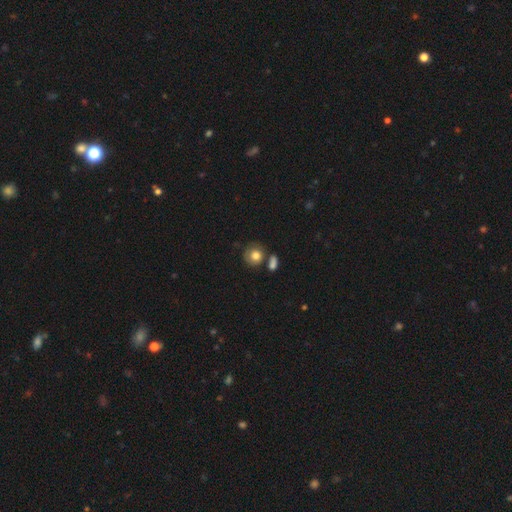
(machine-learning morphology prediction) This is likely a smooth galaxy (80%). How rounded: clearly round (83%). Merging: likely none (62%).